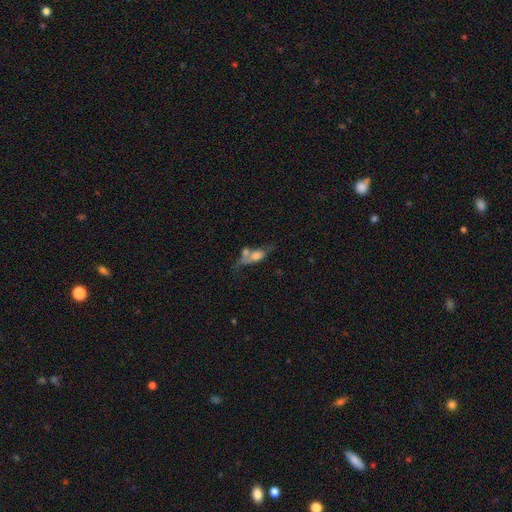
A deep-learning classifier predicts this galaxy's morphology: Smooth or featured: smooth — 54% (featured or disk — 37%)
How rounded: in between — 66% (cigar-shaped — 24%)
Merging: merger — 39% (none — 31%)